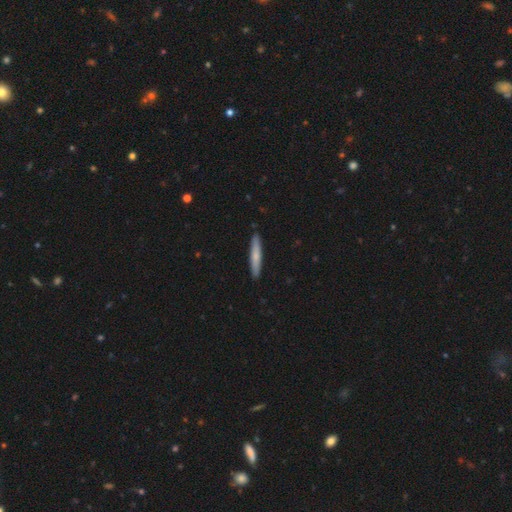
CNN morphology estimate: Q: Smooth or featured?
A: smooth (67%); runner-up: featured or disk (28%)
Q: How rounded?
A: cigar-shaped (93%); runner-up: in between (5%)
Q: Merging?
A: none (91%); runner-up: minor disturbance (6%)